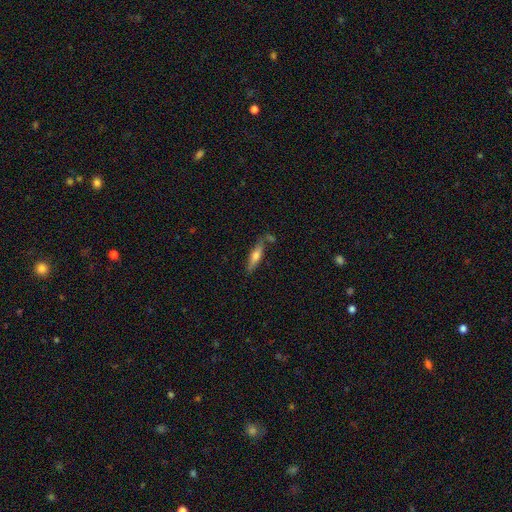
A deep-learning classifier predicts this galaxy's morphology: type=smooth (51%); roundness=cigar-shaped (75%); merging=none (73%).